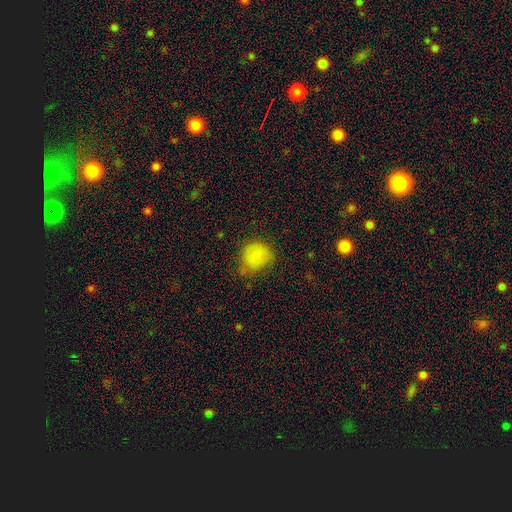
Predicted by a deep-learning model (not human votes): Q: Smooth or featured?
A: smooth (80%); runner-up: featured or disk (11%)
Q: How rounded?
A: round (70%); runner-up: in between (29%)
Q: Merging?
A: none (48%); runner-up: minor disturbance (36%)